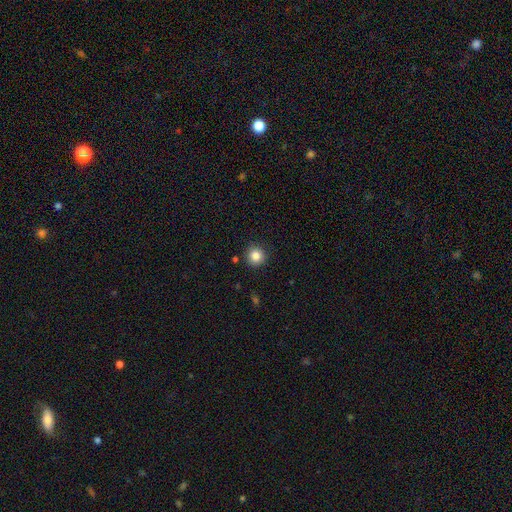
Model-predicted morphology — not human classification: A smooth galaxy with no disk features (85%) that is round (94%). Merging: none (90%).